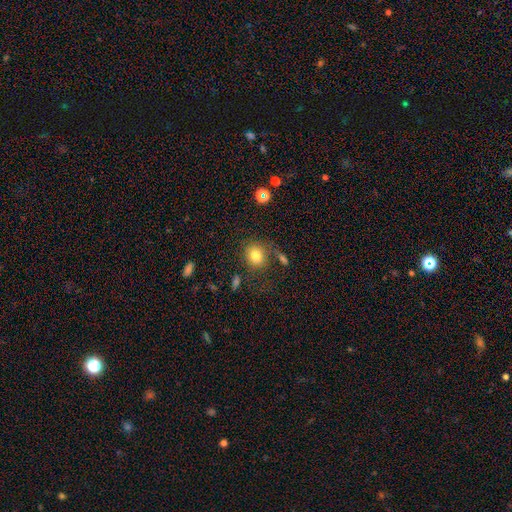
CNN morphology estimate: smooth 79%, star or artifact 12%, featured or disk 10%. Down the decision tree: how rounded — round (75%); merging — none (71%).